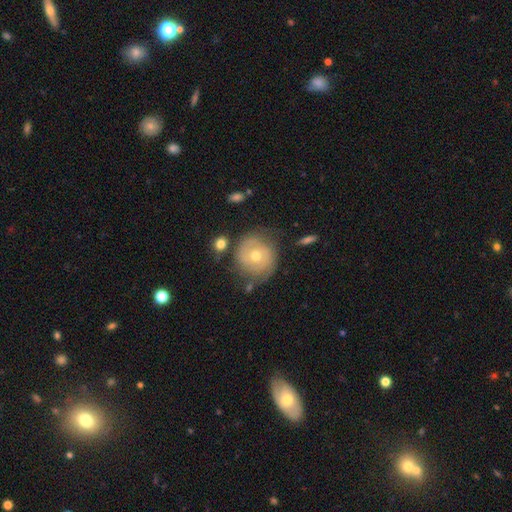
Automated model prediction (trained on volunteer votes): This is likely a featured or disk galaxy (63%). It is clearly not viewed edge-on (97%). Bar: likely no (79%). Spiral arm pattern: likely yes (77%). Central bulge: possibly moderate (57%). Merging: likely none (71%).